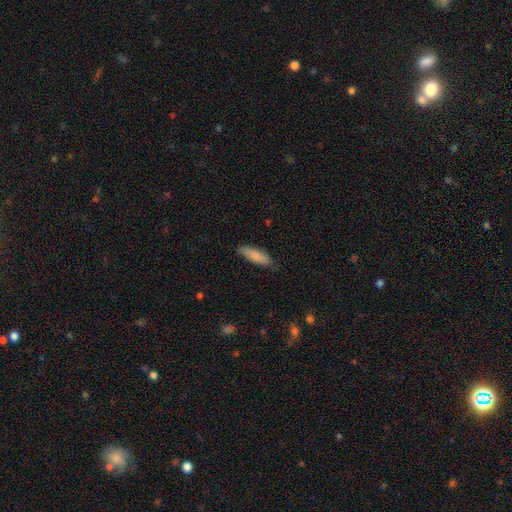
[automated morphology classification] A smooth galaxy with no disk features (86%) that is cigar-shaped (57%).

Vote fractions:
- Smooth or featured? smooth: 86% / featured or disk: 8% / star or artifact: 6%
- How rounded? cigar-shaped: 57% / in between: 42% / round: 1%
- Merging? none: 84% / minor disturbance: 13% / major disturbance: 2% / merger: 1%